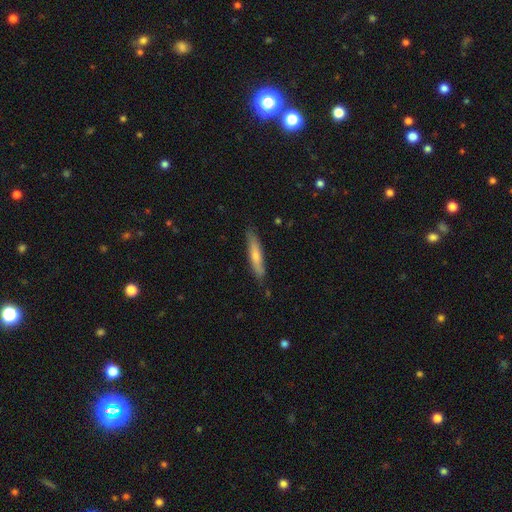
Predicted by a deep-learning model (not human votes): smooth_or_featured: smooth (p=0.65) [alt: featured or disk p=0.29]
how_rounded: cigar-shaped (p=0.87) [alt: in between p=0.11]
merging: none (p=0.83) [alt: minor disturbance p=0.14]